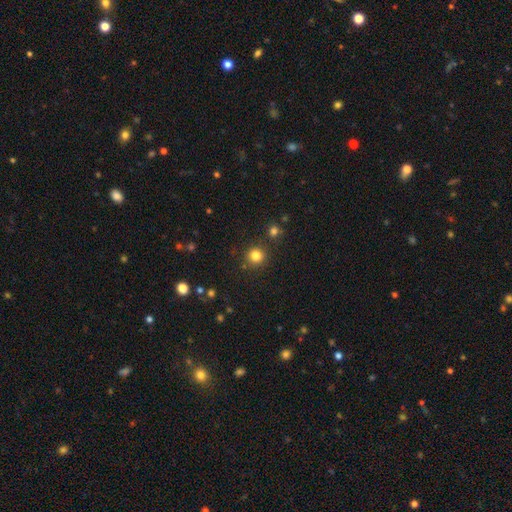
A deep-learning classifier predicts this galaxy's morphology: Q: Smooth or featured?
A: smooth (82%); runner-up: star or artifact (13%)
Q: How rounded?
A: round (92%); runner-up: in between (7%)
Q: Merging?
A: none (85%); runner-up: minor disturbance (7%)